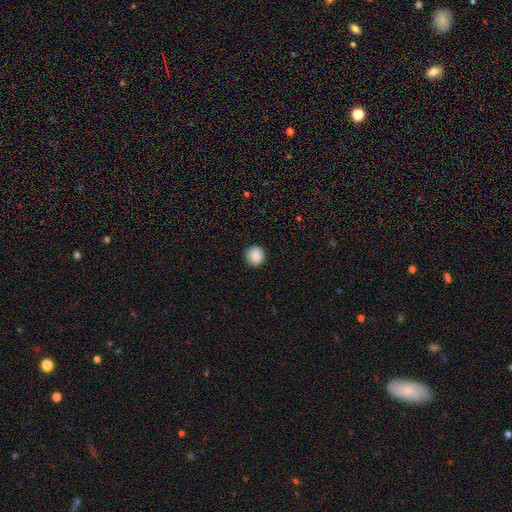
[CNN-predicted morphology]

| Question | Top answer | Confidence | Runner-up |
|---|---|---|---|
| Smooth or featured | smooth | 88% | star or artifact (8%) |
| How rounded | round | 90% | in between (9%) |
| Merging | none | 89% | minor disturbance (8%) |